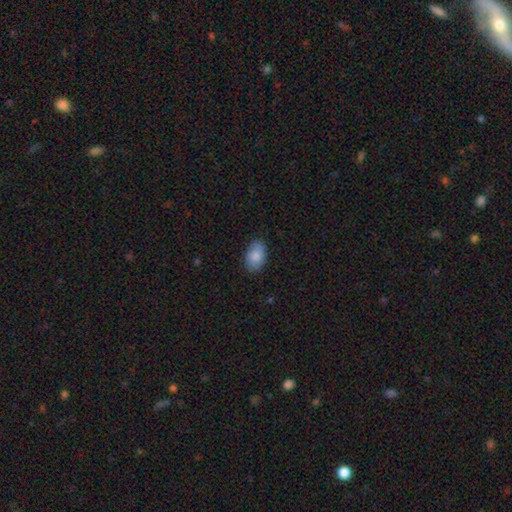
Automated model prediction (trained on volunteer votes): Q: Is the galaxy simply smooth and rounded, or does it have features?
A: smooth — 83%.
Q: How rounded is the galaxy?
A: in between — 89%.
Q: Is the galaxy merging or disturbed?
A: none — 82%.